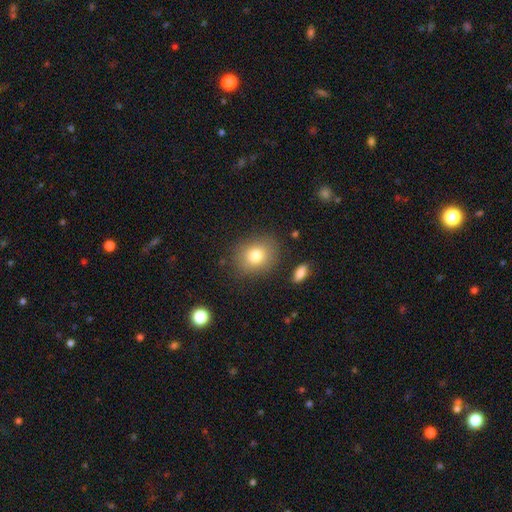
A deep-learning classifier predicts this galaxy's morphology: The model was most divided on "how rounded": round: 55%, in between: 44%, cigar-shaped: 1%. More confident: merging — none (82%); smooth or featured — smooth (79%).